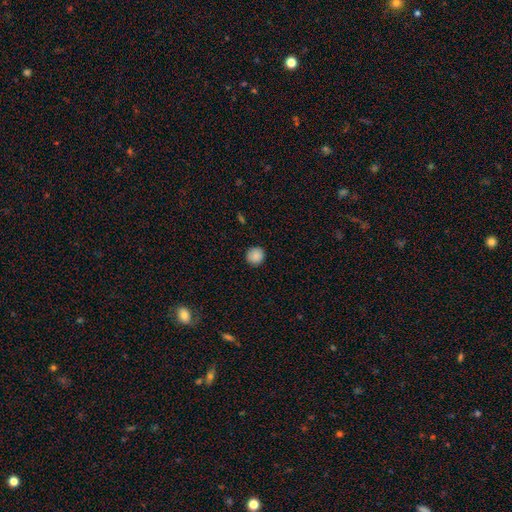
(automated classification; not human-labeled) Smooth or featured? Predicted: smooth (p=0.88). How rounded? Predicted: round (p=0.93). Merging? Predicted: none (p=0.90).